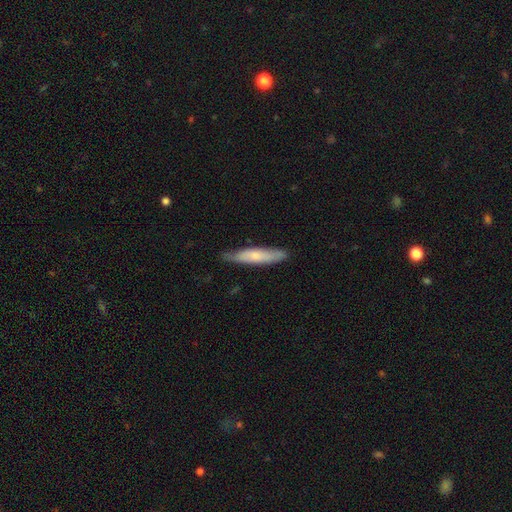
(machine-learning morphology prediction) Q: Smooth or featured?
A: smooth (61%); runner-up: featured or disk (33%)
Q: How rounded?
A: cigar-shaped (84%); runner-up: in between (15%)
Q: Merging?
A: none (76%); runner-up: minor disturbance (20%)